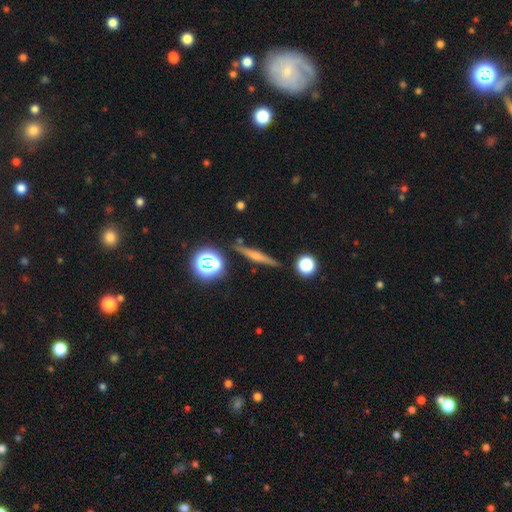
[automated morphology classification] A featured or disk galaxy (65%) viewed edge-on (93%) with a rounded central bulge (81%). Merging: none (86%).